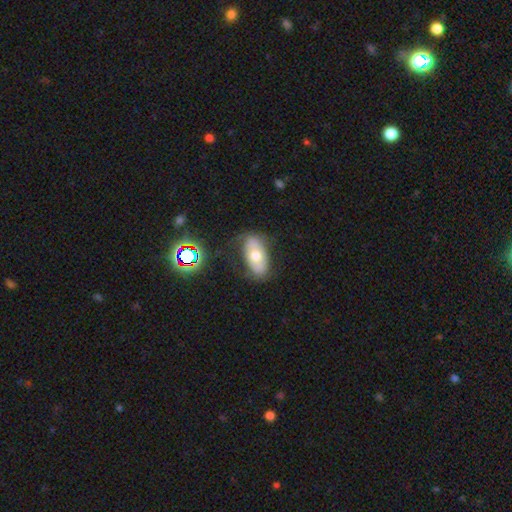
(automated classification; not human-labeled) Overall: smooth (58%; featured or disk 33%). How rounded: in between (92%). Merging: none (73%).